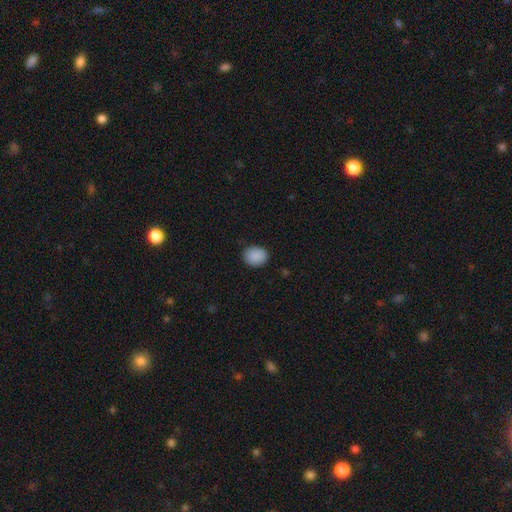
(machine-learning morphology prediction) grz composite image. It shows a smooth galaxy with no disk features (89%) that is round (57%). Merging: none (86%).